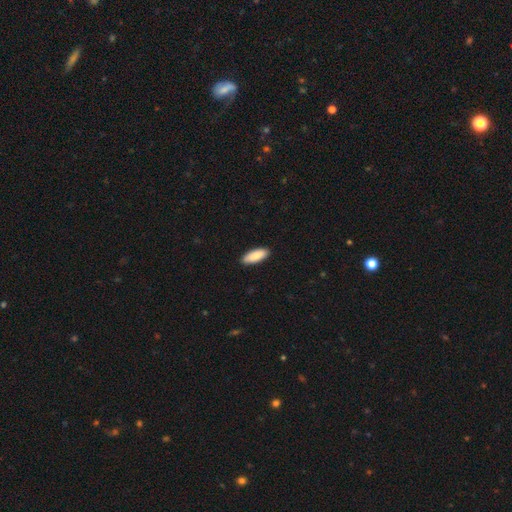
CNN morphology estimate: Overall: smooth (88%). How rounded: in between (76%). Merging: none (89%).